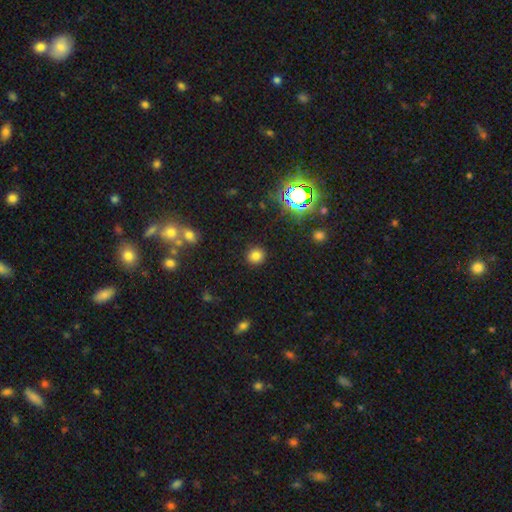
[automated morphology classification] Smooth or featured: smooth — 78% (star or artifact — 17%)
How rounded: round — 88% (in between — 11%)
Merging: none — 90% (minor disturbance — 6%)